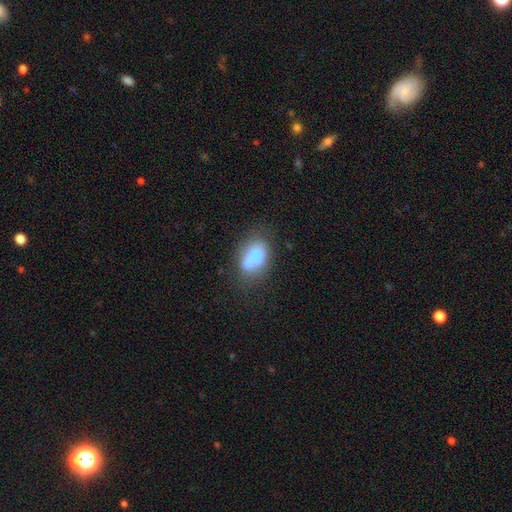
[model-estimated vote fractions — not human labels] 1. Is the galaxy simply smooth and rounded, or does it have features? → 71% smooth, 19% featured or disk, 9% star or artifact.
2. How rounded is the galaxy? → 74% in between, 24% round, 1% cigar-shaped.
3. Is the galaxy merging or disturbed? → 57% none, 22% minor disturbance, 14% merger, 7% major disturbance.